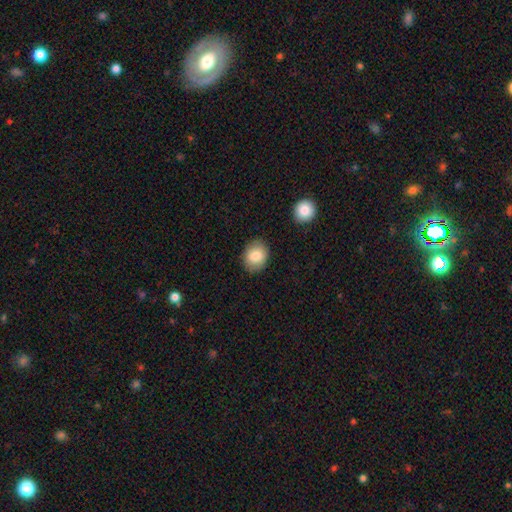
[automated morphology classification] A smooth galaxy with no disk features (84%) that is in between round and cigar-shaped (51%). Merging: none (86%).